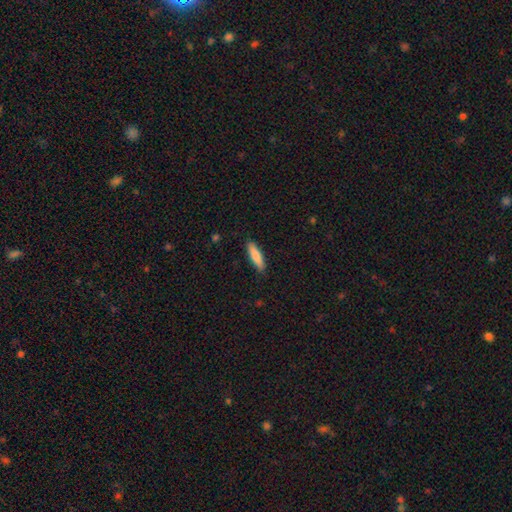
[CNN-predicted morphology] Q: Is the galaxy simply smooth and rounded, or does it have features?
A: smooth — 83%.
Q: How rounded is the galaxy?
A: cigar-shaped — 74%.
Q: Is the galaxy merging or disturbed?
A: none — 89%.